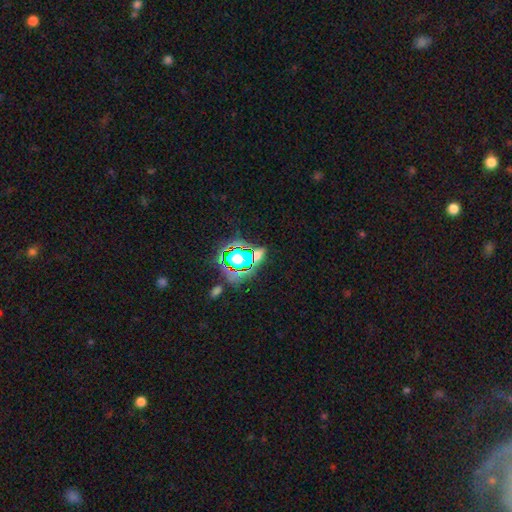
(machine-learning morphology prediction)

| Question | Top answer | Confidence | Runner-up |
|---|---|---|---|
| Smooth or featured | star or artifact | 52% | smooth (33%) |